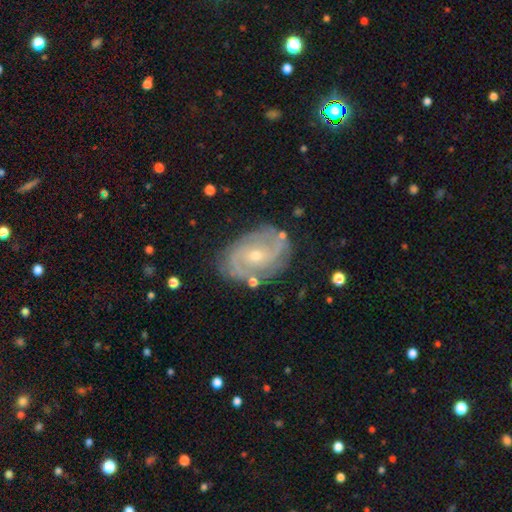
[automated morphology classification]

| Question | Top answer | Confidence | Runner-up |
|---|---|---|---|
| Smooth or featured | featured or disk | 84% | smooth (10%) |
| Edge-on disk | no | 97% | yes (3%) |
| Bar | no | 55% | weak (36%) |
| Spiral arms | yes | 93% | no (7%) |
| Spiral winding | tight | 46% | medium (41%) |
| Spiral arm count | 2 | 69% | can't tell (15%) |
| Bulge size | small | 55% | moderate (42%) |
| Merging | none | 76% | minor disturbance (16%) |